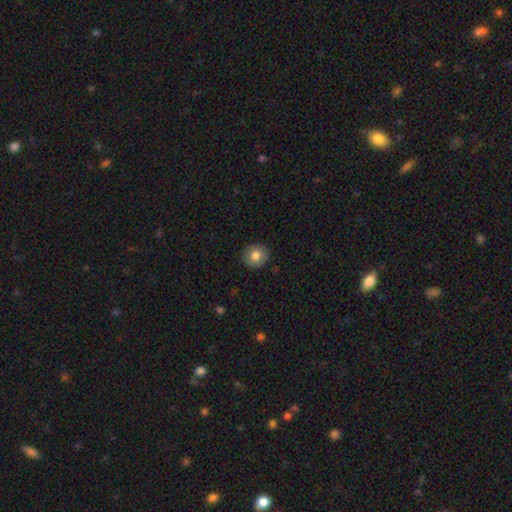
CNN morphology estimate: A smooth galaxy with no disk features (81%) that is round (84%). Merging: none (89%).